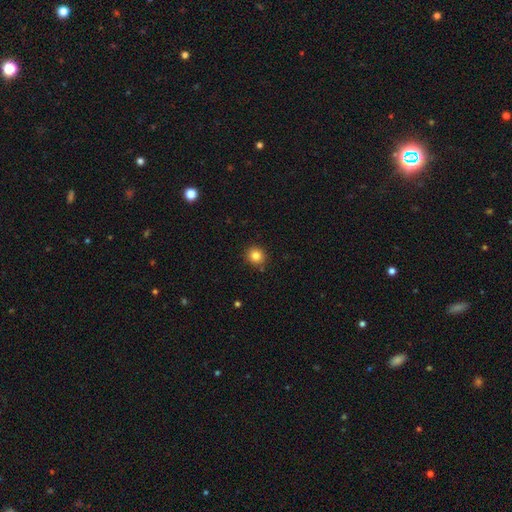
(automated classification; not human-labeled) This appears to be a smooth galaxy with no disk features (83%) that is round (90%). Merging: none (89%).